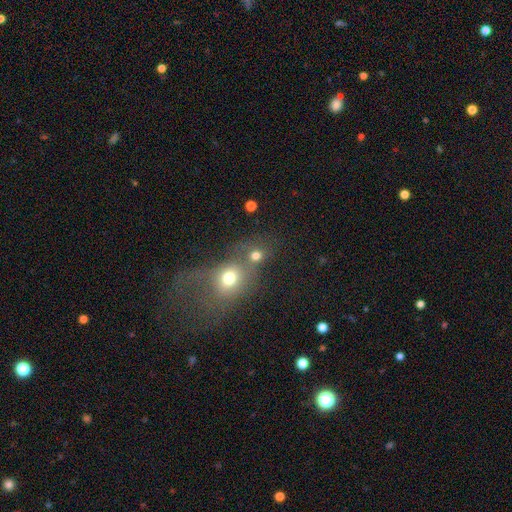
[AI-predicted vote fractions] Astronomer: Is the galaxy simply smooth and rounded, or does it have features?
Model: smooth — 74%.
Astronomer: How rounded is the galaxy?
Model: round — 78%.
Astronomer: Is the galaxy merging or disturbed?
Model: none — 46% (runner-up: merger, 41%).